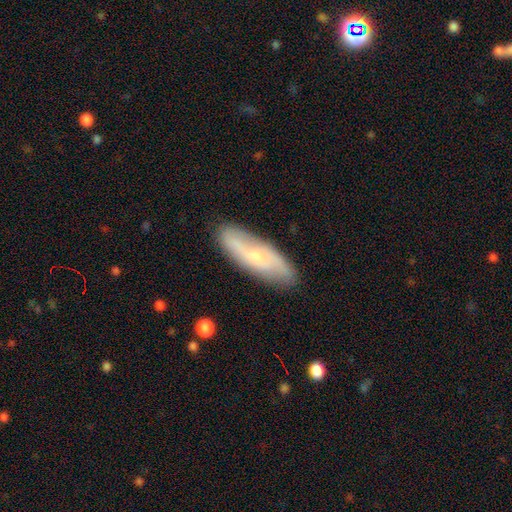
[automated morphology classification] Smooth or featured? featured or disk (51%)
Edge-on disk? no (76%)
Merging? none (82%)